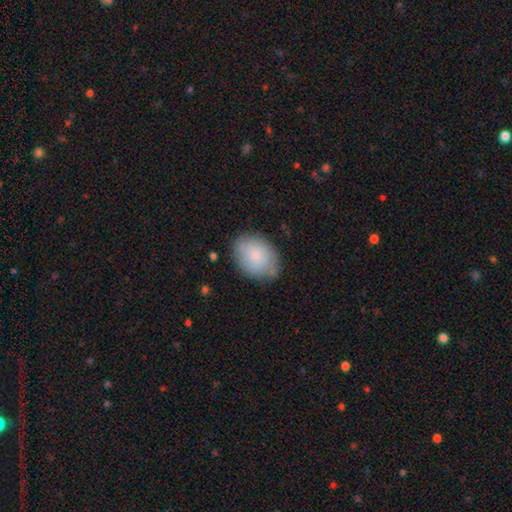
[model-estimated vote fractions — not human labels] Overall: smooth (81%). How rounded: in between (72%). Merging: none (72%).